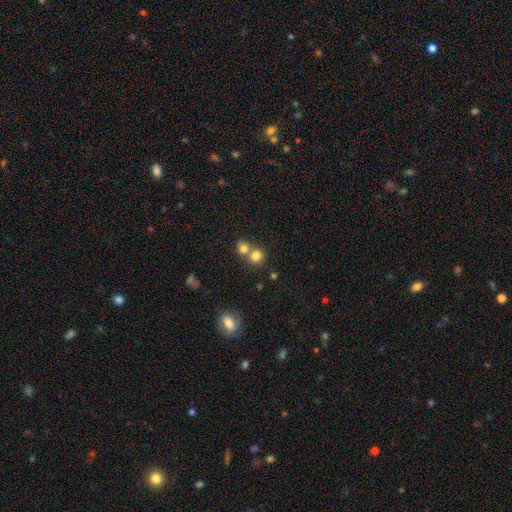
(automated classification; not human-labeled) Morphology: type=smooth (79%); roundness=round (83%); merging=merger (47%).